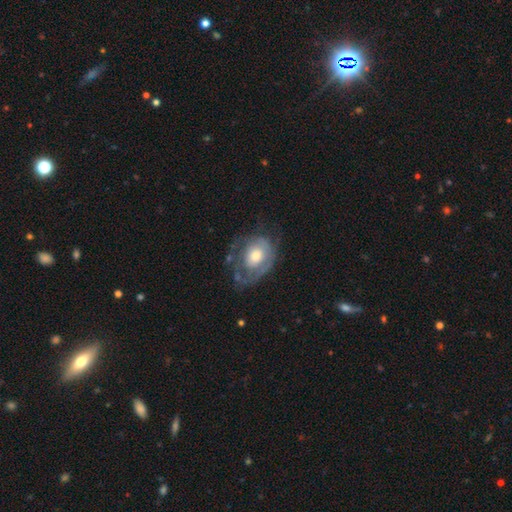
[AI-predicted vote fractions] Smooth or featured? Predicted: featured or disk (p=0.59). Edge-on disk? Predicted: no (p=0.95). Bar? Predicted: no (p=0.82). Spiral arms? Predicted: yes (p=0.54). Bulge size? Predicted: moderate (p=0.56). Merging? Predicted: none (p=0.45).